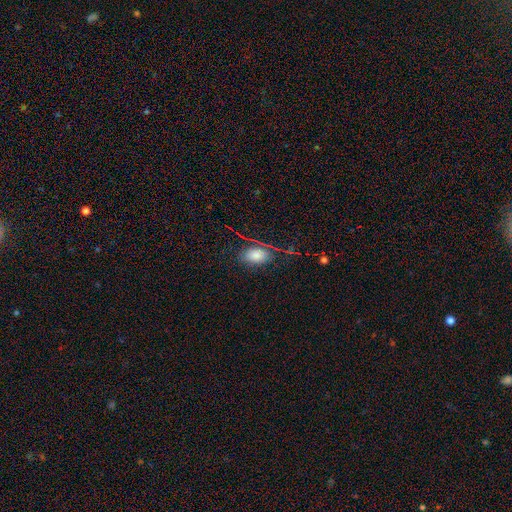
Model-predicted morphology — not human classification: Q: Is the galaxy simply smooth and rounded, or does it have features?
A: smooth — 72%.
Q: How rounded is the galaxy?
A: in between — 85%.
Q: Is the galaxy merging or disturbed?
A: none — 74%.